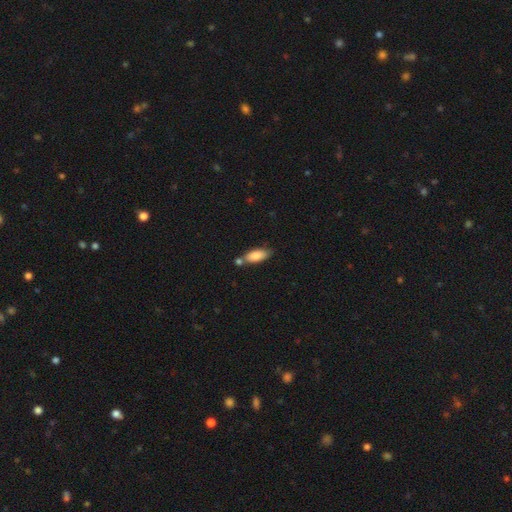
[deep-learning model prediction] A smooth galaxy with no disk features (83%) that is in between round and cigar-shaped (80%).

Vote fractions:
- Smooth or featured? smooth: 83% / featured or disk: 10% / star or artifact: 6%
- How rounded? in between: 80% / cigar-shaped: 18% / round: 2%
- Merging? none: 58% / merger: 21% / minor disturbance: 17% / major disturbance: 4%